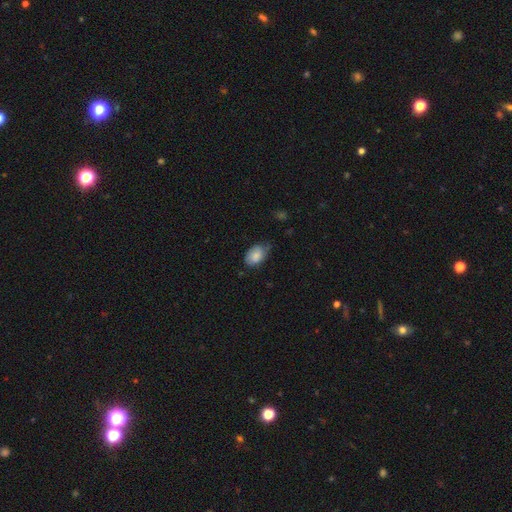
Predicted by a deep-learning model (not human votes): Smooth or featured: smooth — 79% (featured or disk — 14%)
How rounded: in between — 89% (round — 10%)
Merging: none — 54% (minor disturbance — 35%)